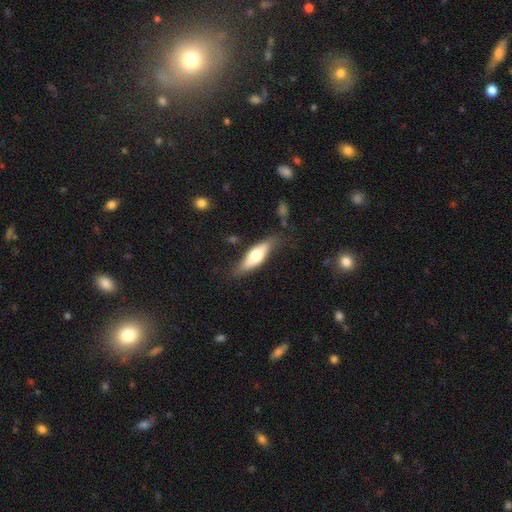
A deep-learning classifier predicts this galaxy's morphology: A smooth galaxy with no disk features (57%) that is in between round and cigar-shaped (50%).

Vote fractions:
- Smooth or featured? smooth: 57% / featured or disk: 37% / star or artifact: 6%
- How rounded? in between: 50% / cigar-shaped: 48% / round: 2%
- Merging? none: 75% / minor disturbance: 18% / major disturbance: 5% / merger: 2%